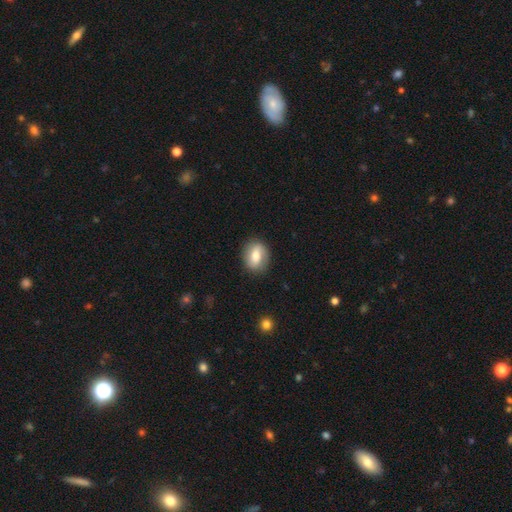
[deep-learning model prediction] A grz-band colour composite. It shows a smooth galaxy with no disk features (65%) that is in between round and cigar-shaped (64%). Merging: none (85%).